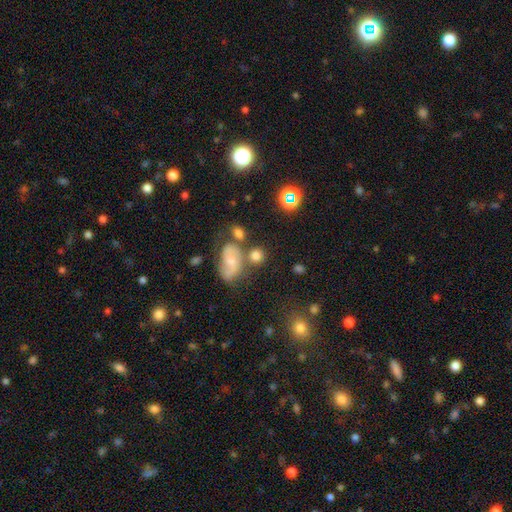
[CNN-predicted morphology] Smooth or featured? smooth (70%)
How rounded? round (77%)
Merging? none (63%)